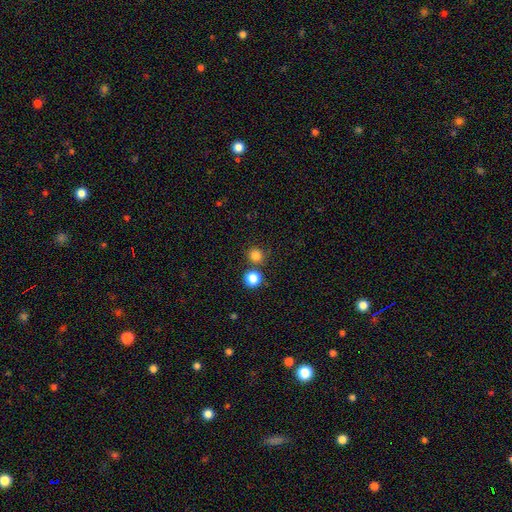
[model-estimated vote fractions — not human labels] This appears to be a smooth galaxy with no disk features (82%) that is round (92%). Merging: none (75%).